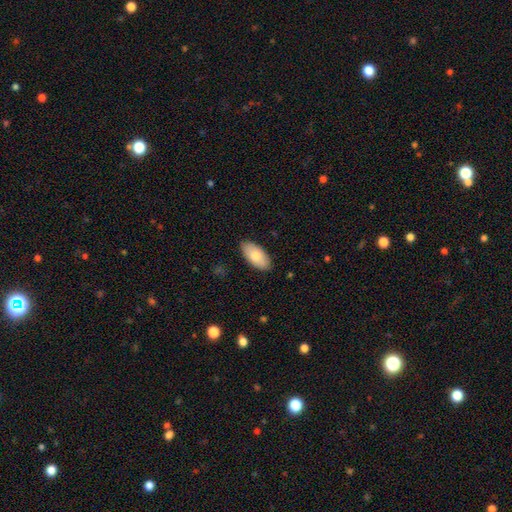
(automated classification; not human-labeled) Smooth or featured: smooth — 80% (featured or disk — 14%)
How rounded: in between — 94% (cigar-shaped — 4%)
Merging: none — 87% (minor disturbance — 10%)